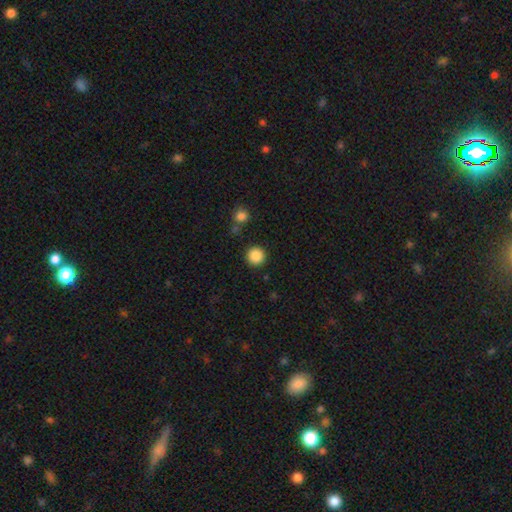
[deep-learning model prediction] smooth-or-featured: smooth: 87% | star or artifact: 9% | featured or disk: 3%
  how-rounded: round: 96% | in between: 3% | cigar-shaped: 1%
  merging: none: 90% | minor disturbance: 5% | merger: 2% | major disturbance: 2%